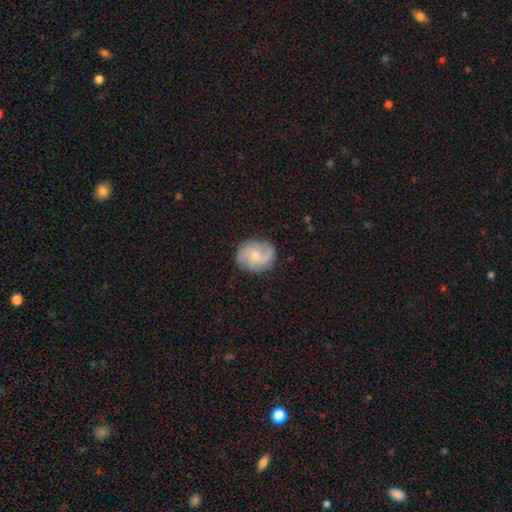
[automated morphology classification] featured or disk 66%, smooth 27%, star or artifact 7%. Down the decision tree: edge-on disk — no (98%); bar — no (54%); spiral arms — yes (93%); spiral arm count — 2 (78%); spiral winding — medium (47%); bulge size — small (48%); merging — none (80%).